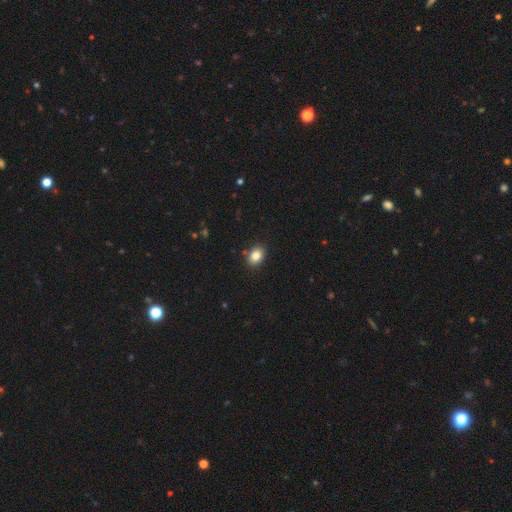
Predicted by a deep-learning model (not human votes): Smooth or featured? Predicted: smooth (p=0.85). How rounded? Predicted: in between (p=0.72). Merging? Predicted: none (p=0.87).